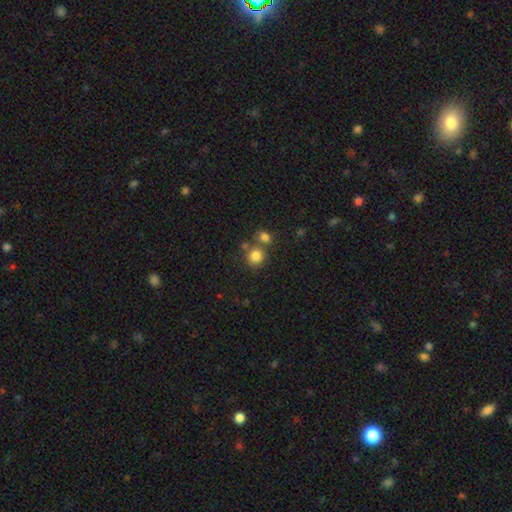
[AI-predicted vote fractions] The model was most divided on "merging": none: 60%, merger: 27%, minor disturbance: 9%, major disturbance: 4%. More confident: how rounded — round (85%); smooth or featured — smooth (82%).